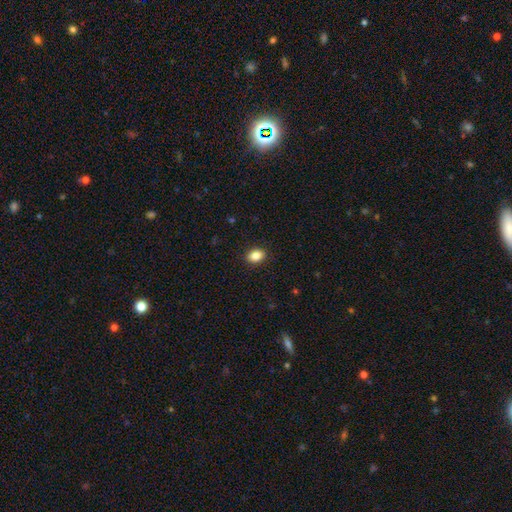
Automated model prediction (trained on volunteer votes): Smooth or featured: smooth — 86% (star or artifact — 9%)
How rounded: in between — 76% (round — 23%)
Merging: none — 90% (minor disturbance — 7%)